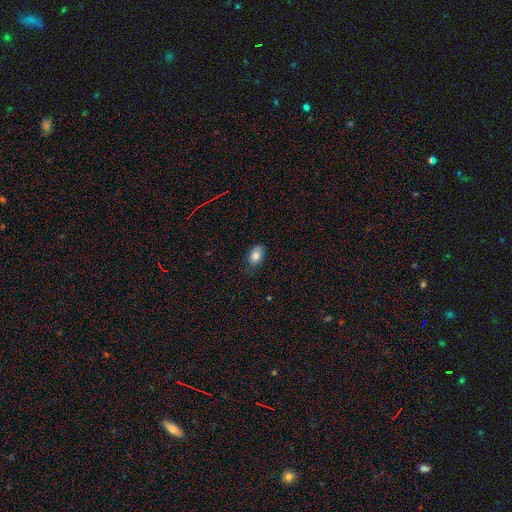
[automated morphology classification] smooth 82%, featured or disk 9%, star or artifact 9%. Down the decision tree: how rounded — in between (88%); merging — none (76%).